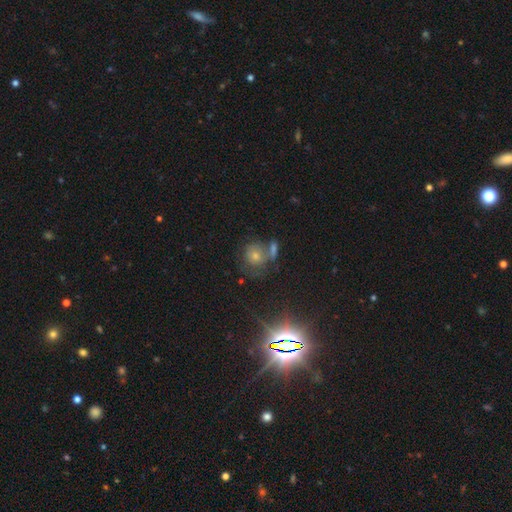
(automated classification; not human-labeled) A star or artifact, not a galaxy (47%).